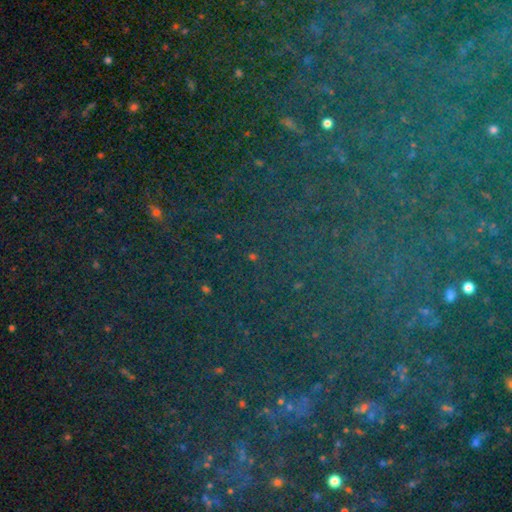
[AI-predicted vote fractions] smooth_or_featured: star or artifact (p=0.81) [alt: smooth p=0.11]